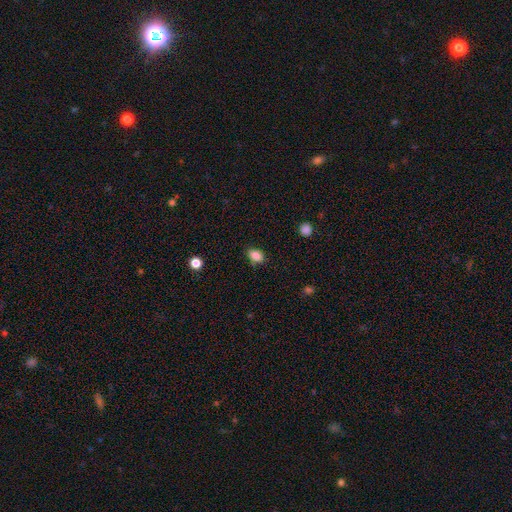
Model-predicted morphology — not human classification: A smooth galaxy with no disk features (85%) that is in between round and cigar-shaped (78%). Merging: none (79%).